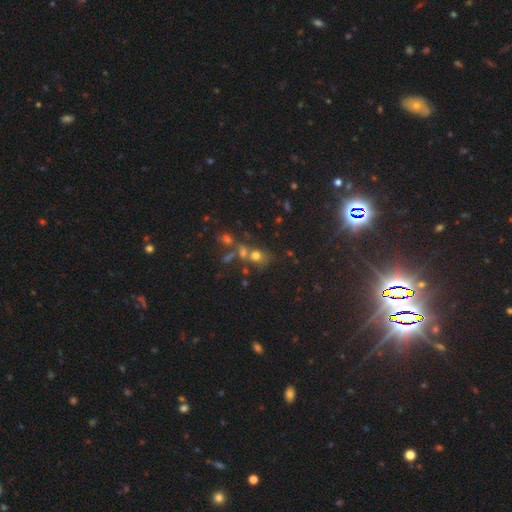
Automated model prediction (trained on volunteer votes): smooth-or-featured: smooth: 61% | star or artifact: 24% | featured or disk: 15%
  how-rounded: round: 64% | in between: 34% | cigar-shaped: 2%
  merging: none: 44% | merger: 34% | minor disturbance: 12% | major disturbance: 9%